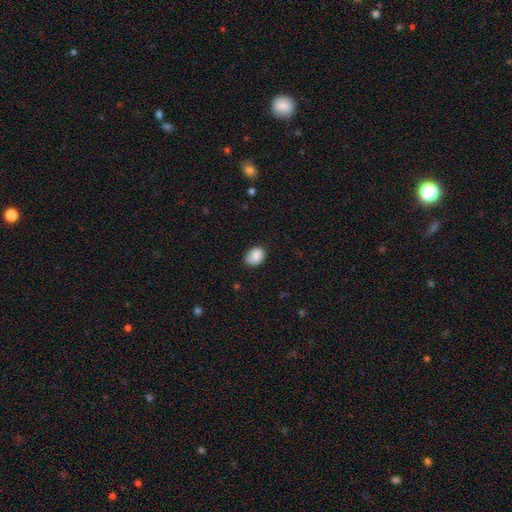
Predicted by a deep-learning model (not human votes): Smooth or featured?
  - smooth: 87% *
  - star or artifact: 8%
  - featured or disk: 6%
How rounded?
  - in between: 67% *
  - round: 32%
  - cigar-shaped: 1%
Merging?
  - none: 69% *
  - minor disturbance: 24%
  - major disturbance: 5%
  - merger: 2%